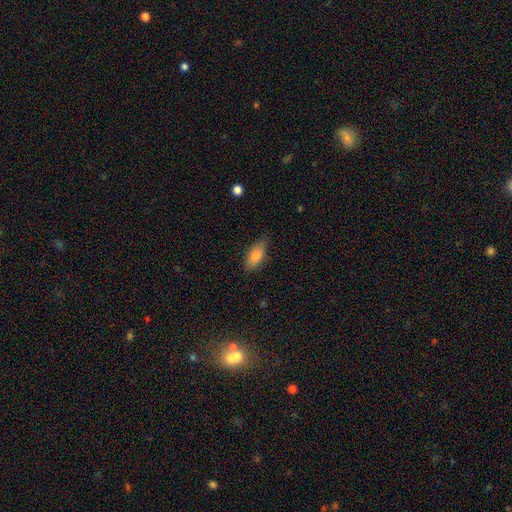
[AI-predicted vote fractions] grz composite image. It shows a smooth galaxy with no disk features (82%) that is in between round and cigar-shaped (82%). Merging: none (75%).